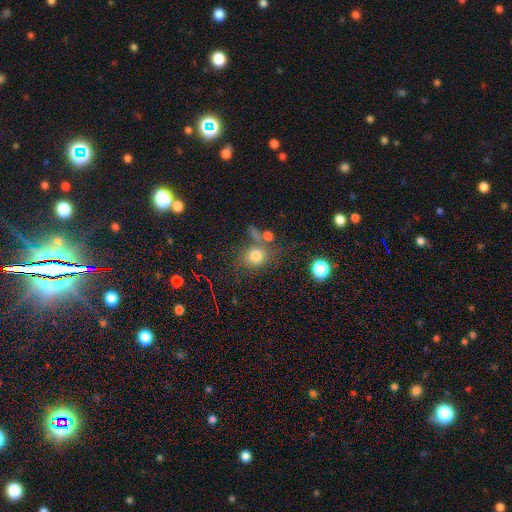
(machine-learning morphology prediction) smooth-or-featured: smooth: 74% | star or artifact: 14% | featured or disk: 12%
  how-rounded: round: 67% | in between: 31% | cigar-shaped: 1%
  merging: none: 57% | merger: 20% | minor disturbance: 15% | major disturbance: 9%